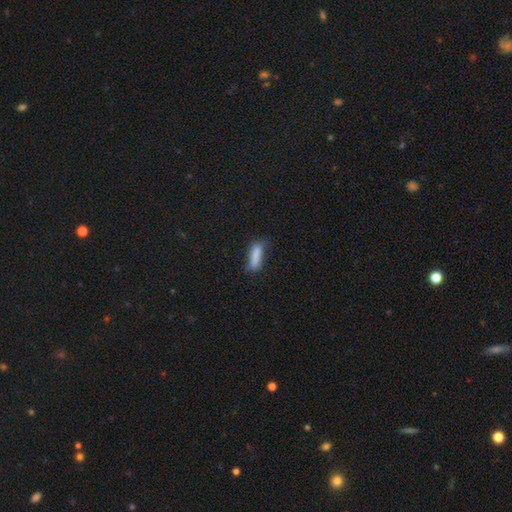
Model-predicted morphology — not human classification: Overall: smooth (78%). How rounded: cigar-shaped (63%; in between 35%). Merging: none (47%; minor disturbance 32%).